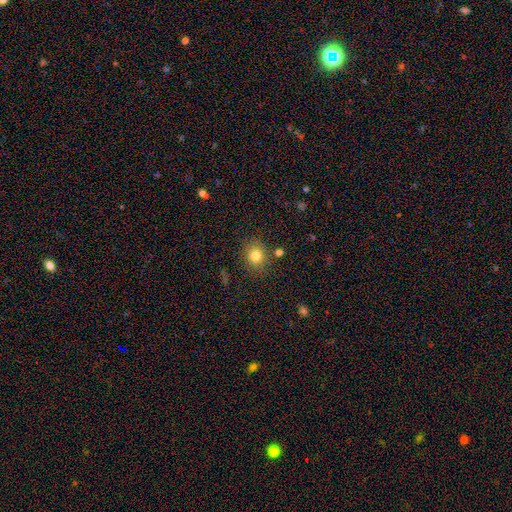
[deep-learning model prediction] smooth 80%, star or artifact 12%, featured or disk 8%. Down the decision tree: how rounded — round (67%); merging — none (82%).